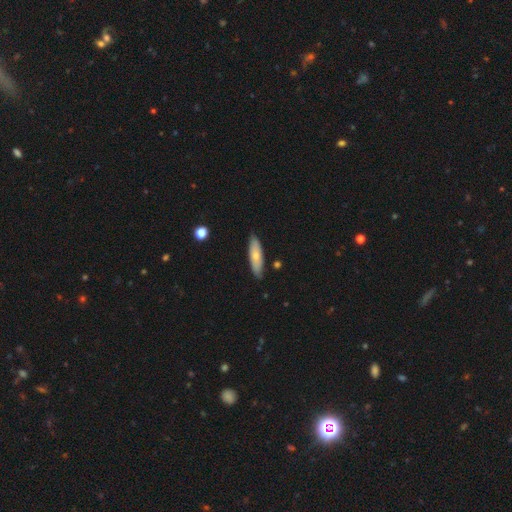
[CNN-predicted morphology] Smooth or featured: smooth — 66% (featured or disk — 28%)
How rounded: cigar-shaped — 57% (in between — 41%)
Merging: none — 84% (minor disturbance — 12%)